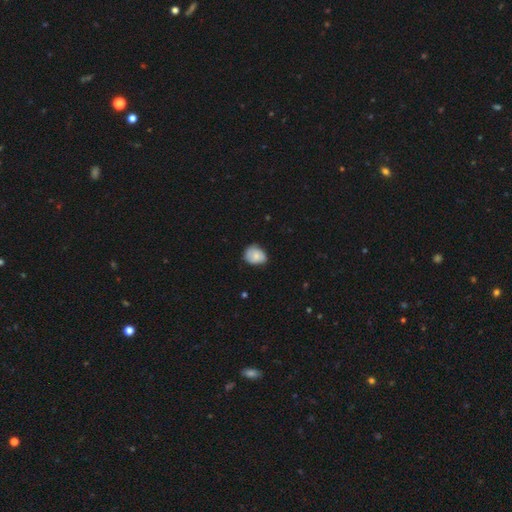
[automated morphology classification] Smooth or featured?
  - smooth: 72% *
  - featured or disk: 21%
  - star or artifact: 7%
How rounded?
  - round: 52% *
  - in between: 47%
  - cigar-shaped: 1%
Merging?
  - none: 60% *
  - minor disturbance: 33%
  - major disturbance: 6%
  - merger: 1%